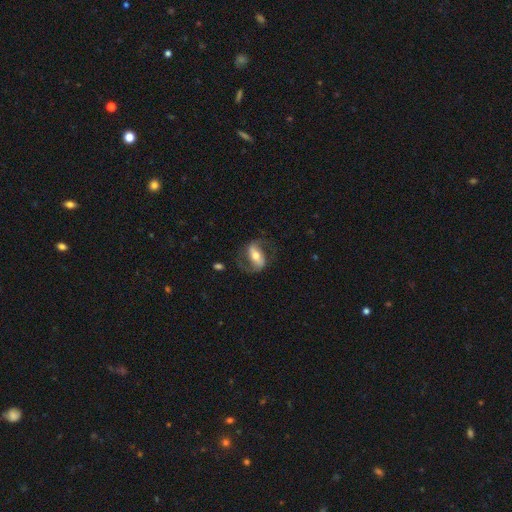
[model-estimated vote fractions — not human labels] This appears to be a featured or disk galaxy (72%) with a strong bar (53%), 2 (88%) medium (46%) spiral arms (87%) and a moderate central bulge (65%). Merging: none (68%).